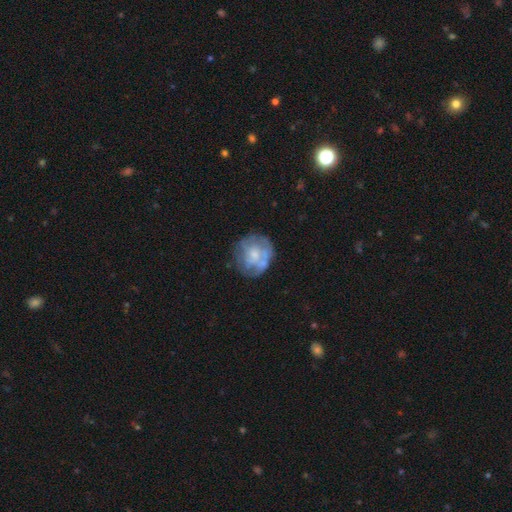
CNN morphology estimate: smooth-or-featured: featured or disk: 58% | smooth: 35% | star or artifact: 7%
  disk-edge-on: no: 98% | yes: 2%
    bar: no: 84% | weak: 14% | strong: 3%
    has-spiral-arms: no: 67% | yes: 33%
    bulge-size: moderate: 43% | small: 34% | none: 16% | large: 6% | dominant: 2%
  merging: none: 62% | minor disturbance: 22% | major disturbance: 13% | merger: 4%